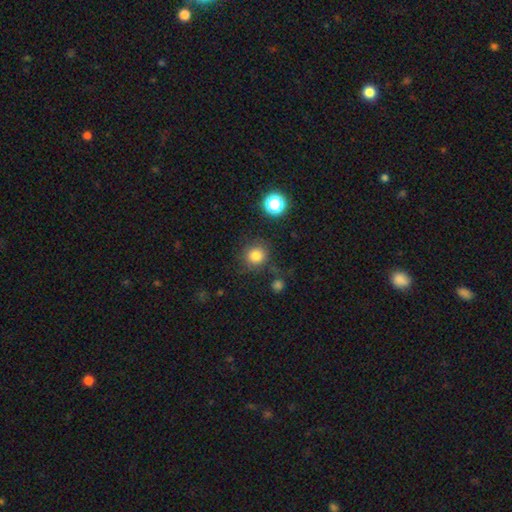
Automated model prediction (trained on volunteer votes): This appears to be a smooth galaxy with no disk features (82%) that is round (92%). Merging: none (81%).